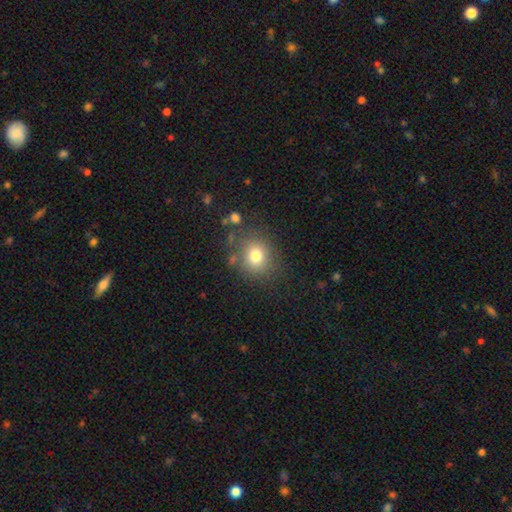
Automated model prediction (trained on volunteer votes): Smooth or featured: smooth — 77% (star or artifact — 13%)
How rounded: round — 79% (in between — 21%)
Merging: none — 78% (minor disturbance — 12%)